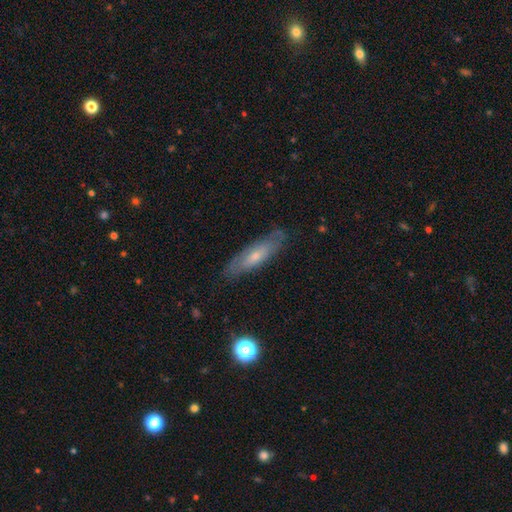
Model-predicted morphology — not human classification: featured or disk 49%, smooth 44%, star or artifact 8%. Down the decision tree: merging — none (81%).